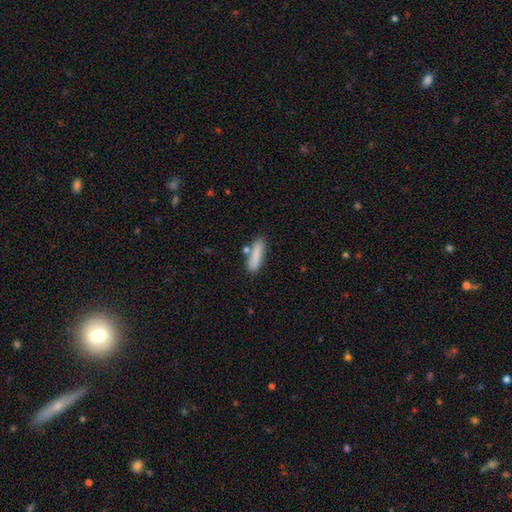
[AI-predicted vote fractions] This appears to be a smooth galaxy with no disk features (85%) that is cigar-shaped (70%). Merging: none (75%).